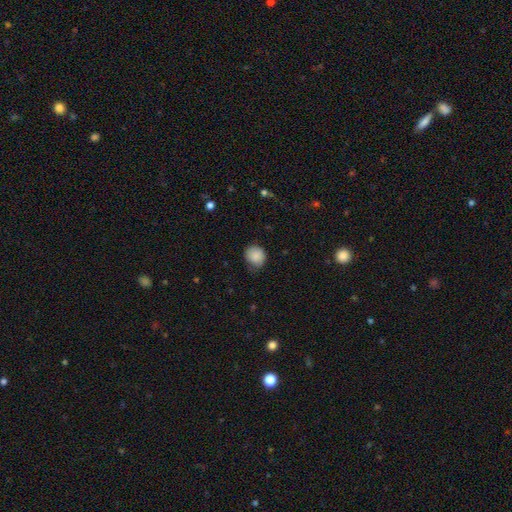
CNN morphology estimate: smooth 87%, star or artifact 8%, featured or disk 5%. Down the decision tree: how rounded — round (80%); merging — none (69%).